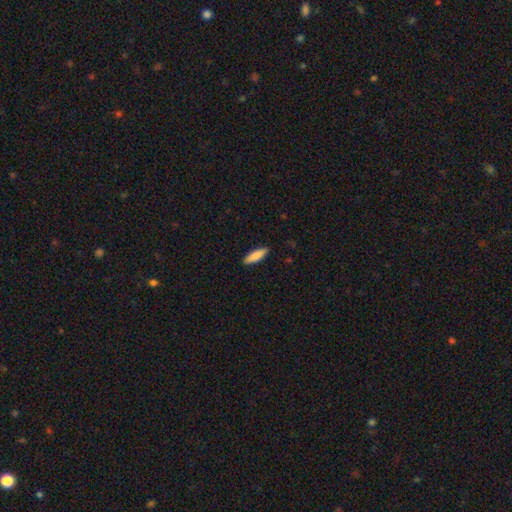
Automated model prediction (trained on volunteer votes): Overall: smooth (86%). How rounded: cigar-shaped (58%; in between 40%). Merging: none (90%).